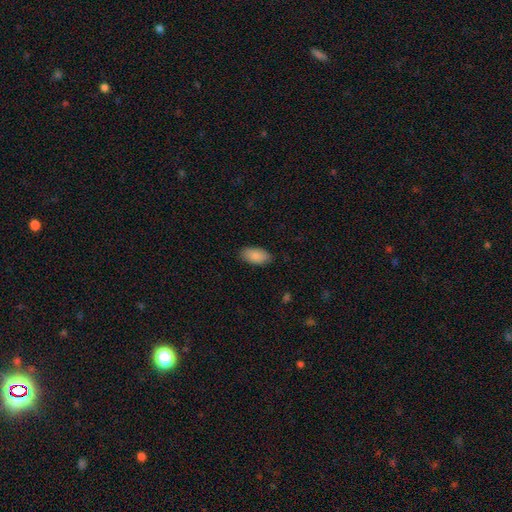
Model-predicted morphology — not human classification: Smooth or featured: smooth — 88% (star or artifact — 6%)
How rounded: in between — 94% (cigar-shaped — 4%)
Merging: none — 86% (minor disturbance — 10%)